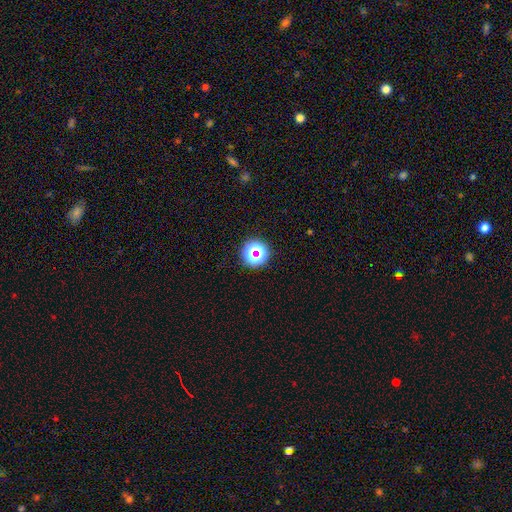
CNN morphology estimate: Smooth or featured? Predicted: star or artifact (p=0.55).